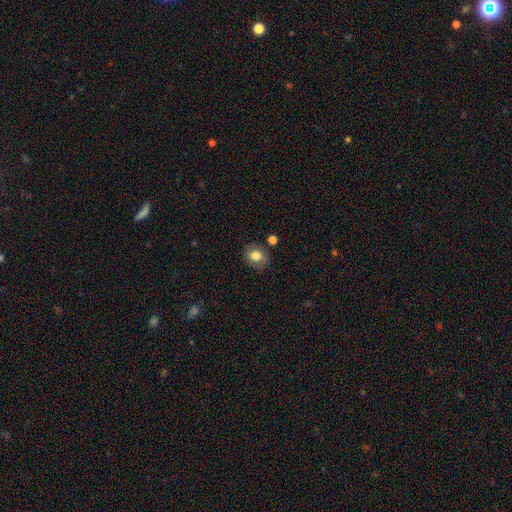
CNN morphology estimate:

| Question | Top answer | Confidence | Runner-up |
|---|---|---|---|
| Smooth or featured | smooth | 79% | featured or disk (12%) |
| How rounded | round | 60% | in between (39%) |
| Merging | none | 81% | minor disturbance (12%) |